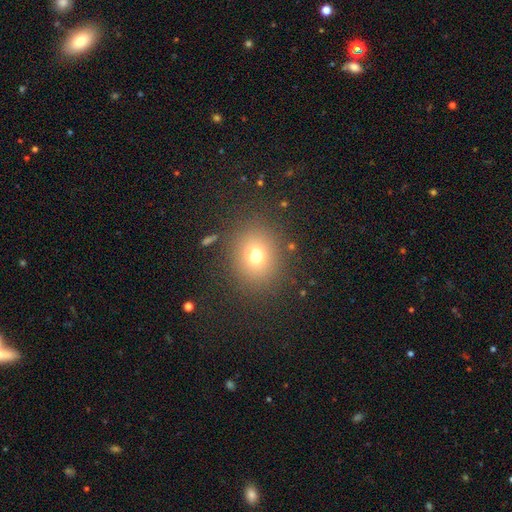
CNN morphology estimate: type=smooth (69%); roundness=round (71%); merging=none (79%).